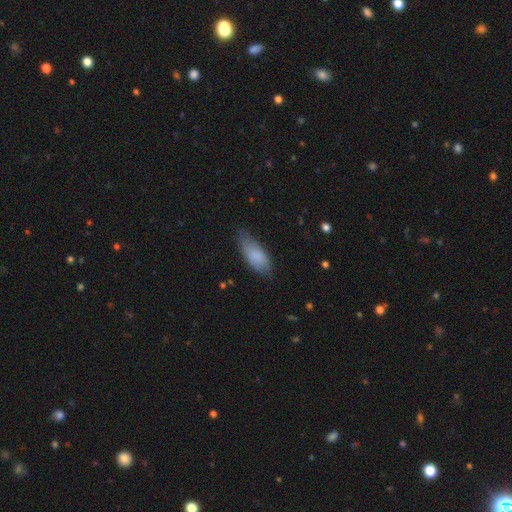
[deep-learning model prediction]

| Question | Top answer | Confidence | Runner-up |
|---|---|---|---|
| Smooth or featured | smooth | 83% | featured or disk (11%) |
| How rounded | in between | 81% | cigar-shaped (17%) |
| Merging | none | 66% | minor disturbance (27%) |